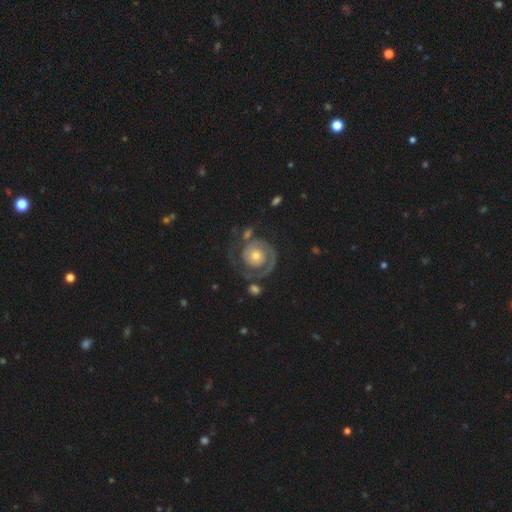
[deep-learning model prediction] This is clearly a featured or disk galaxy (86%). It is clearly not viewed edge-on (98%). Bar: clearly no (80%). Spiral arm pattern: clearly yes (94%). Spiral arm count: possibly 1 (51%). Spiral winding: likely tight (74%). Central bulge: possibly moderate (58%). Merging: likely none (66%).